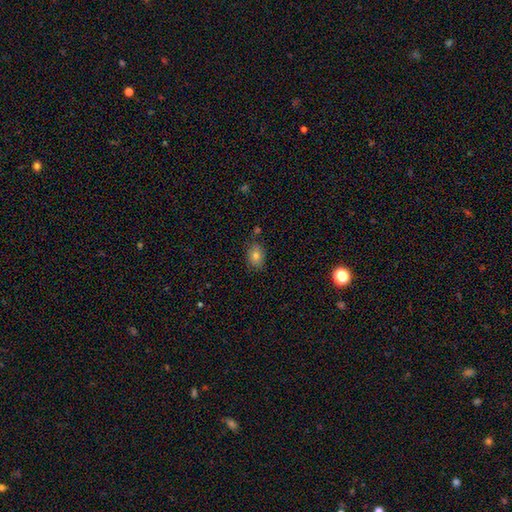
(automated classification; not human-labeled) Q: Smooth or featured?
A: smooth (77%); runner-up: star or artifact (12%)
Q: How rounded?
A: in between (69%); runner-up: round (30%)
Q: Merging?
A: none (79%); runner-up: minor disturbance (15%)